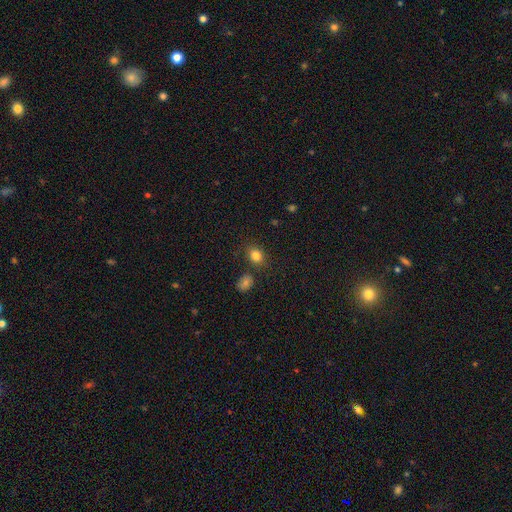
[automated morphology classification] The model was most divided on "how rounded": in between: 50%, round: 49%, cigar-shaped: 1%. More confident: smooth or featured — smooth (82%); merging — none (75%).